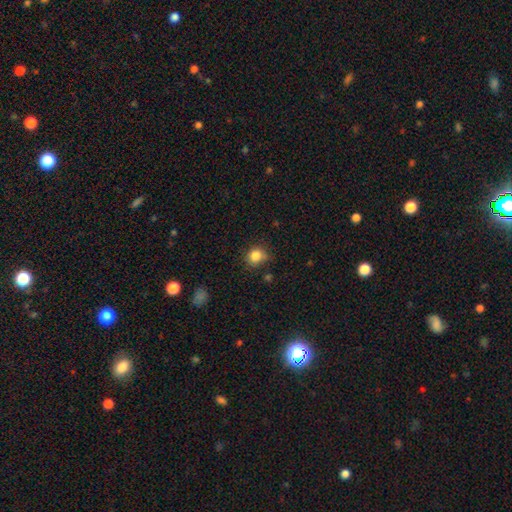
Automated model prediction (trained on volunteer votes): Q: Smooth or featured?
A: smooth (84%); runner-up: star or artifact (11%)
Q: How rounded?
A: round (78%); runner-up: in between (21%)
Q: Merging?
A: none (71%); runner-up: minor disturbance (21%)